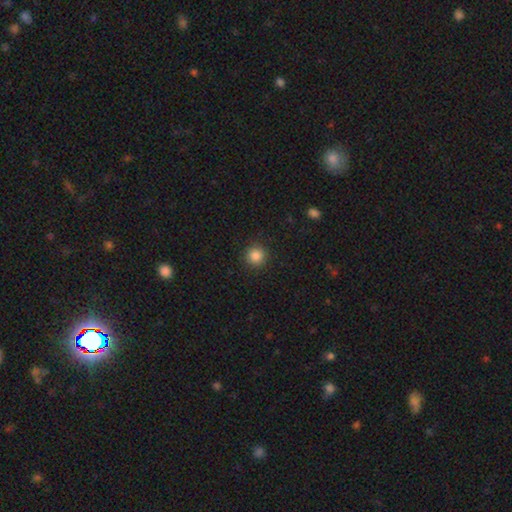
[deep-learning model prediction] The model was most divided on "smooth or featured": smooth: 85%, star or artifact: 11%, featured or disk: 3%. More confident: how rounded — round (95%); merging — none (91%).